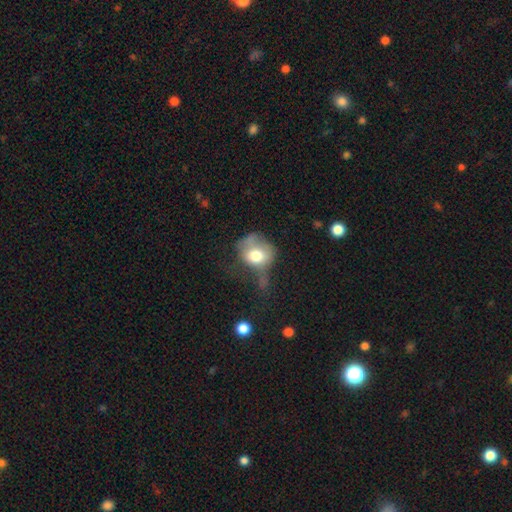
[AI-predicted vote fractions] This appears to be a smooth galaxy with no disk features (68%) that is round (61%). Merging: major disturbance (40%).